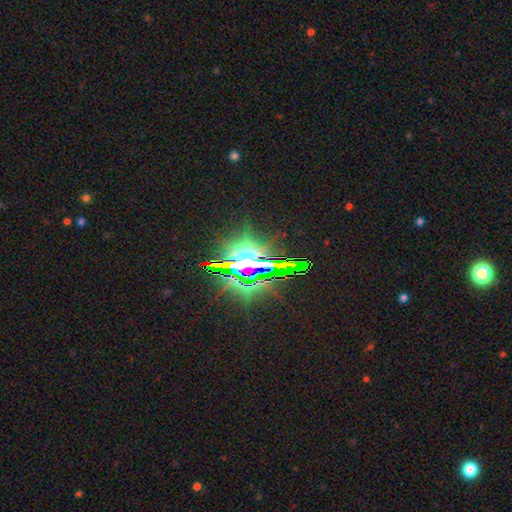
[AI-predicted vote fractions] star or artifact 83%, featured or disk 10%, smooth 7%.